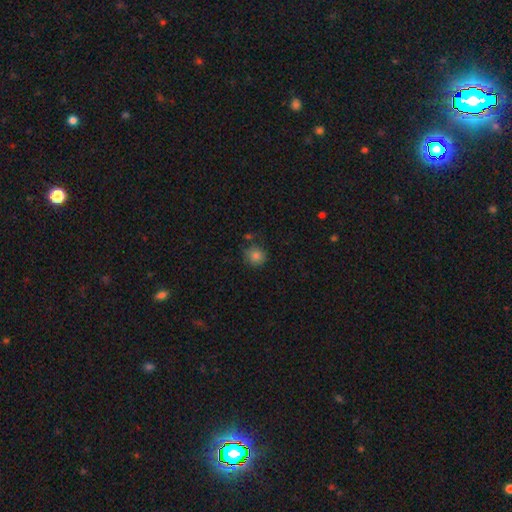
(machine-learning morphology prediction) Q: Smooth or featured?
A: smooth (82%); runner-up: star or artifact (11%)
Q: How rounded?
A: round (87%); runner-up: in between (12%)
Q: Merging?
A: none (75%); runner-up: minor disturbance (15%)